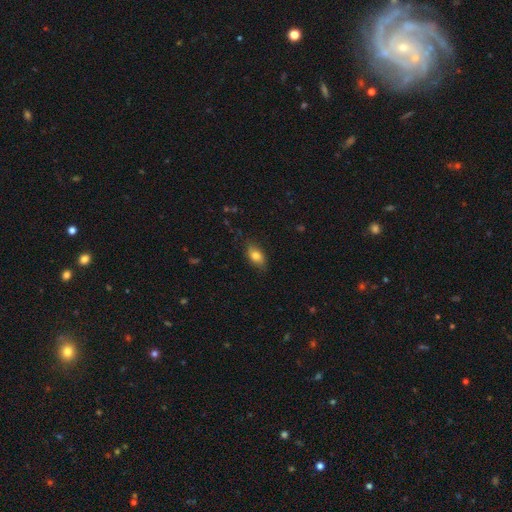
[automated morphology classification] A smooth galaxy with no disk features (79%) that is in between round and cigar-shaped (87%).

Vote fractions:
- Smooth or featured? smooth: 79% / featured or disk: 13% / star or artifact: 8%
- How rounded? in between: 87% / round: 8% / cigar-shaped: 5%
- Merging? none: 80% / minor disturbance: 16% / major disturbance: 3% / merger: 1%